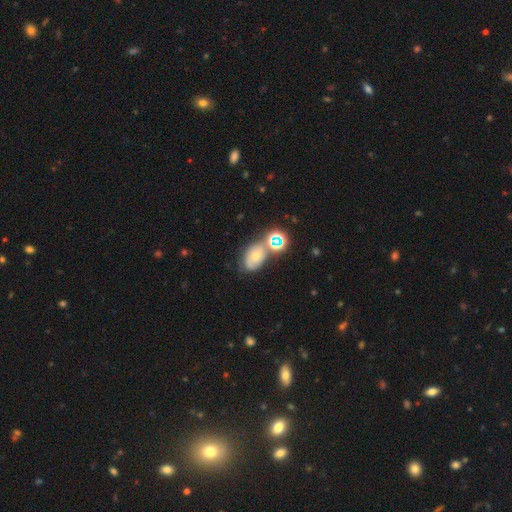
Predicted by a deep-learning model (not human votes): smooth_or_featured: smooth (p=0.51) [alt: featured or disk p=0.27]
how_rounded: in between (p=0.75) [alt: round p=0.24]
merging: none (p=0.47) [alt: merger p=0.22]